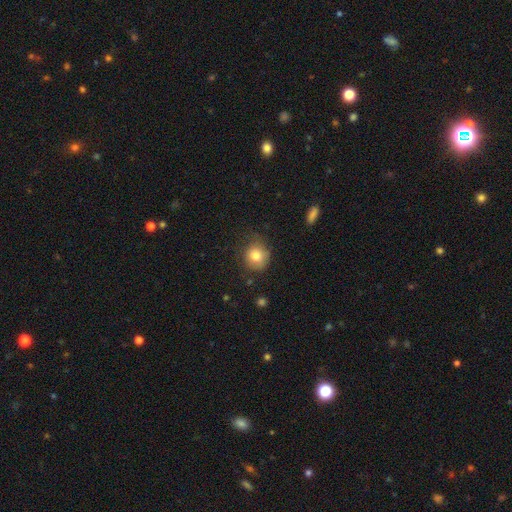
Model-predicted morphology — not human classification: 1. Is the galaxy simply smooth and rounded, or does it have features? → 79% smooth, 11% featured or disk, 10% star or artifact.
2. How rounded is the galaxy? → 83% round, 16% in between, 1% cigar-shaped.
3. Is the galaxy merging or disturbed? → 69% none, 22% minor disturbance, 7% major disturbance, 2% merger.